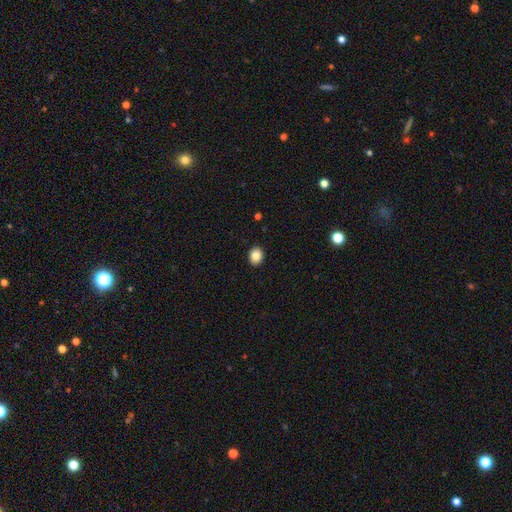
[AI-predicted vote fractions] This is clearly a smooth galaxy (85%). How rounded: possibly round (58%). Merging: clearly none (91%).